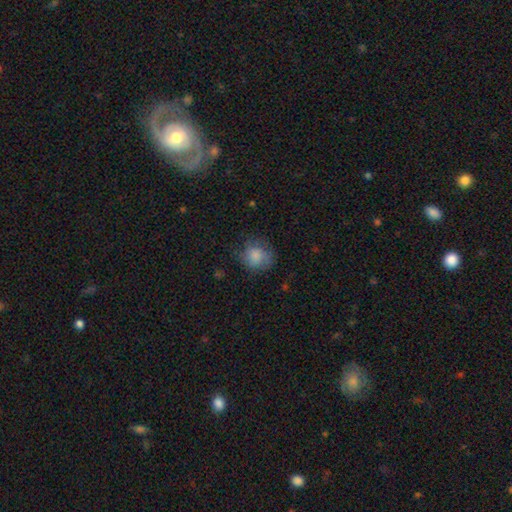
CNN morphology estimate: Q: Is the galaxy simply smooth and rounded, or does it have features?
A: smooth — 80%.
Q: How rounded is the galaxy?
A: round — 83%.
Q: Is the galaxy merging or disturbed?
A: none — 68%.